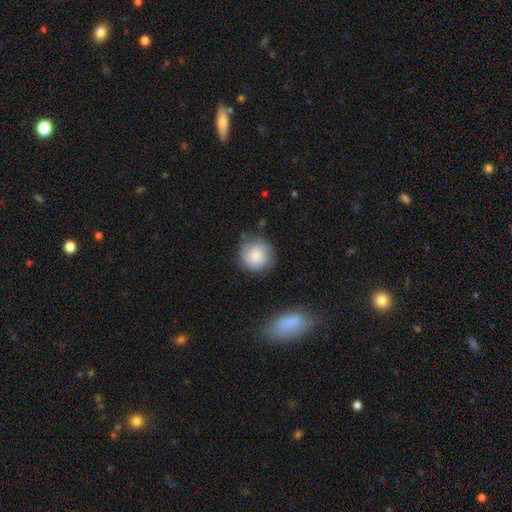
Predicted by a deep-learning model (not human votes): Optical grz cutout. It shows a smooth galaxy with no disk features (81%) that is round (91%). Merging: none (76%).